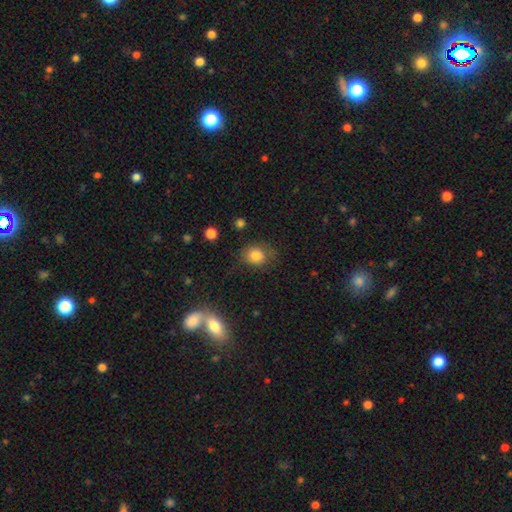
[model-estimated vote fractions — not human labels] Smooth or featured? Predicted: smooth (p=0.81). How rounded? Predicted: round (p=0.66). Merging? Predicted: none (p=0.67).